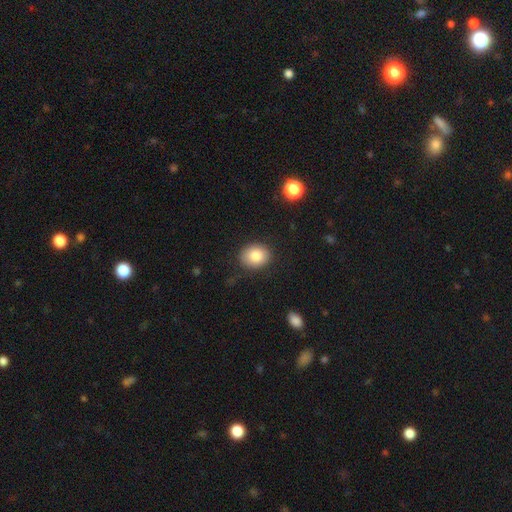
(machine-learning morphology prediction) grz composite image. It shows a smooth galaxy with no disk features (83%) that is round (53%). Merging: none (85%).